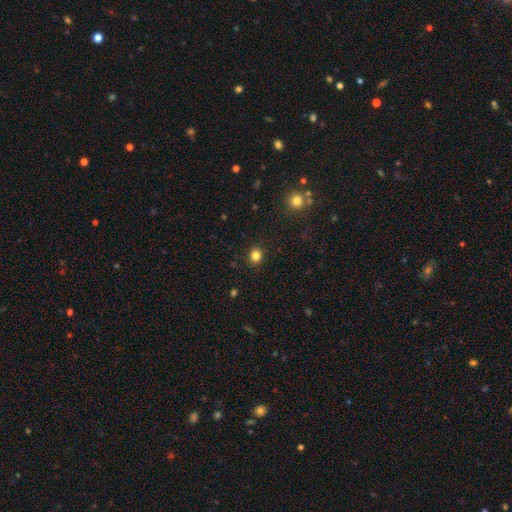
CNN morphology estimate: Smooth or featured?
  - smooth: 82% *
  - star or artifact: 13%
  - featured or disk: 5%
How rounded?
  - round: 85% *
  - in between: 14%
  - cigar-shaped: 1%
Merging?
  - none: 91% *
  - minor disturbance: 6%
  - major disturbance: 2%
  - merger: 1%